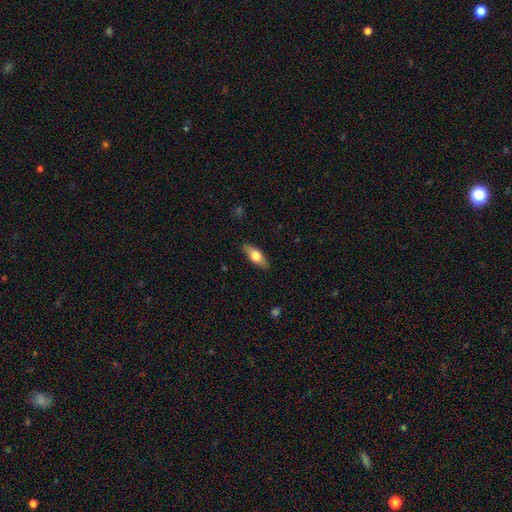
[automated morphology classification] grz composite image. It shows a smooth galaxy with no disk features (66%) that is in between round and cigar-shaped (72%). Merging: none (87%).